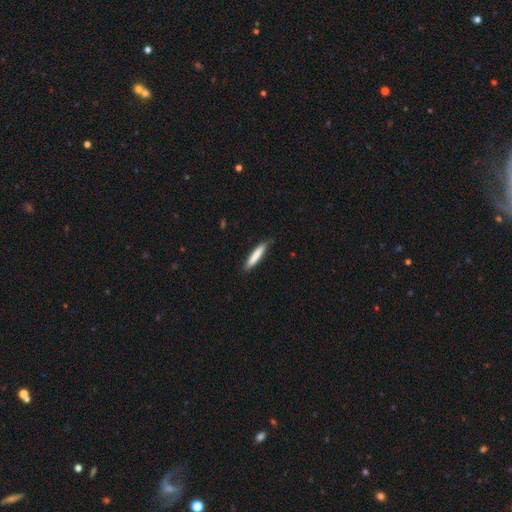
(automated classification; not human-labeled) This appears to be a smooth galaxy with no disk features (80%) that is cigar-shaped (88%). Merging: none (79%).